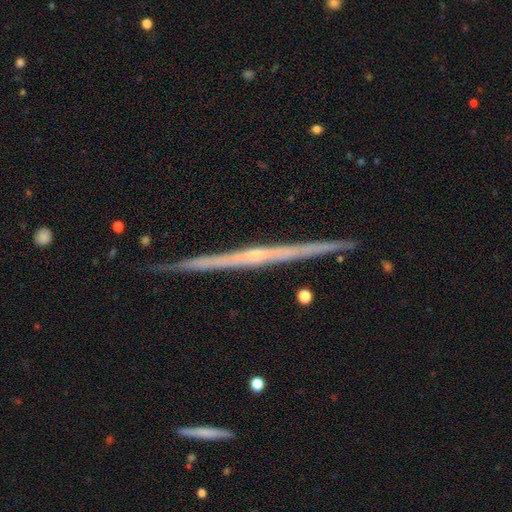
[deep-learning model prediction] This appears to be a featured or disk galaxy (83%) viewed edge-on (98%) with a rounded central bulge (49%). Merging: none (90%).